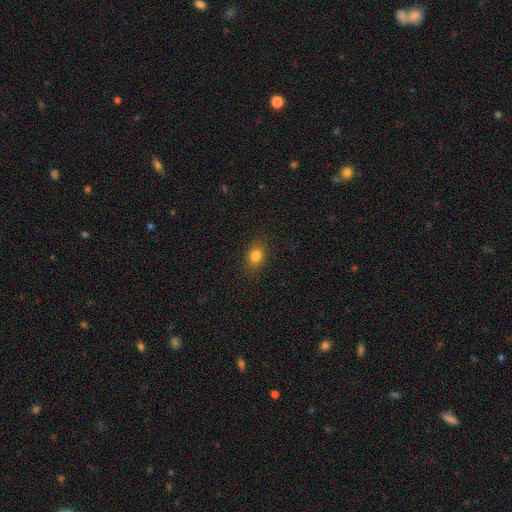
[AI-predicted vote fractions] Q: Smooth or featured?
A: smooth (81%); runner-up: star or artifact (12%)
Q: How rounded?
A: in between (59%); runner-up: round (39%)
Q: Merging?
A: none (86%); runner-up: minor disturbance (10%)